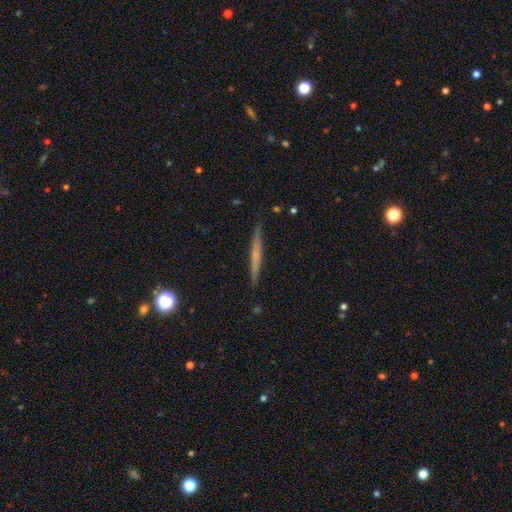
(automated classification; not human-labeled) This appears to be a featured or disk galaxy (50%) viewed edge-on (97%). Merging: none (90%).